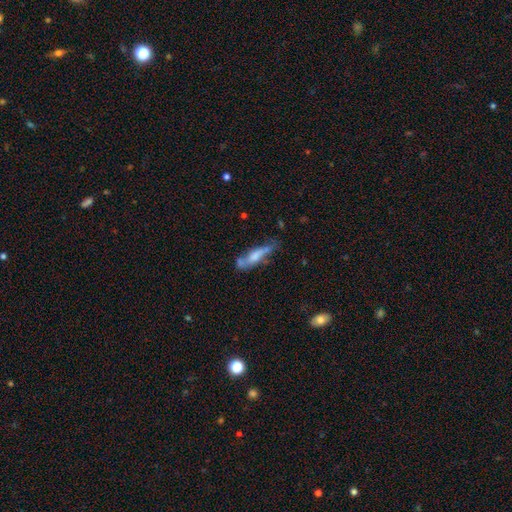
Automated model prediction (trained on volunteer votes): smooth-or-featured: smooth: 57% | featured or disk: 35% | star or artifact: 8%
  how-rounded: cigar-shaped: 63% | in between: 35% | round: 2%
  merging: none: 39% | minor disturbance: 28% | merger: 19% | major disturbance: 15%